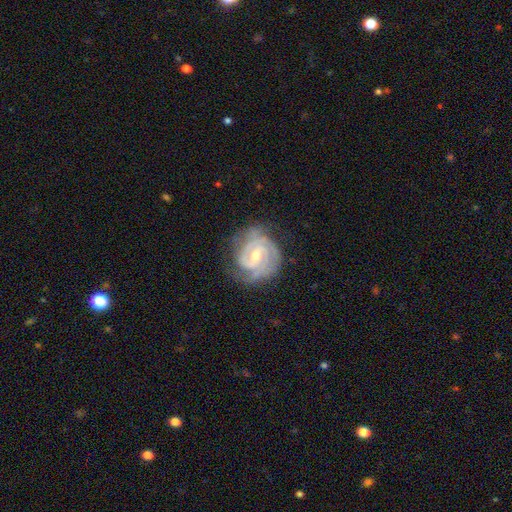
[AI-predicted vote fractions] A featured or disk galaxy (88%) with a weak bar (50%), 2 (40%) tight (68%) spiral arms (97%) and a small central bulge (49%).

Vote fractions:
- Smooth or featured? featured or disk: 88% / smooth: 7% / star or artifact: 5%
- Edge-on disk? no: 98% / yes: 2%
- Bar? weak: 50% / no: 32% / strong: 18%
- Spiral arms? yes: 97% / no: 3%
- Spiral winding? tight: 68% / medium: 28% / loose: 5%
- Spiral arm count? 2: 40% / 3: 29% / can't tell: 17% / 4: 6% / 1: 4% / more than 4: 4%
- Bulge size? small: 49% / moderate: 48% / large: 1% / none: 1% / dominant: 1%
- Merging? none: 72% / minor disturbance: 19% / major disturbance: 7% / merger: 1%